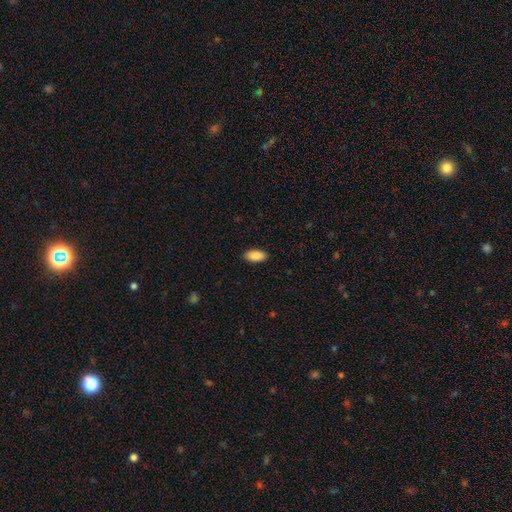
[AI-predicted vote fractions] Smooth or featured? smooth (89%)
How rounded? in between (91%)
Merging? none (90%)